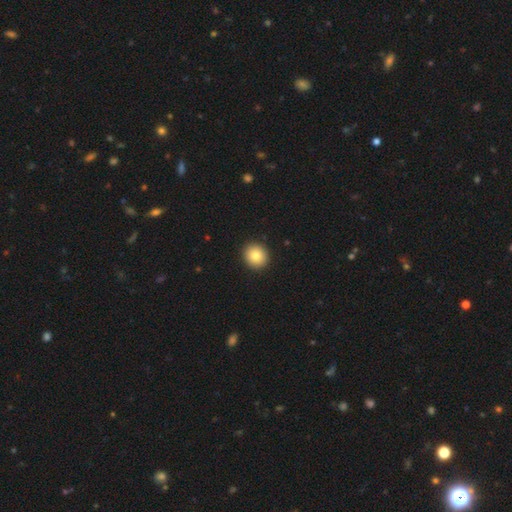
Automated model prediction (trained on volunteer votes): Q: Smooth or featured?
A: smooth (84%); runner-up: star or artifact (9%)
Q: How rounded?
A: round (89%); runner-up: in between (10%)
Q: Merging?
A: none (93%); runner-up: minor disturbance (5%)